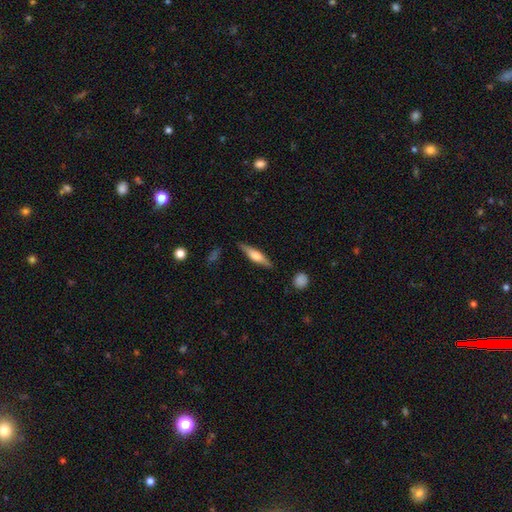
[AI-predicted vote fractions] This appears to be a smooth galaxy with no disk features (47%, tied with featured or disk). Merging: none (84%).